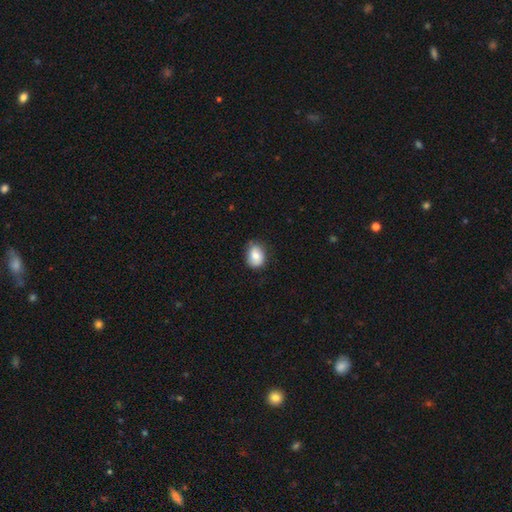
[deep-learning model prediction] This is likely a smooth galaxy (78%). How rounded: possibly in between (58%). Merging: likely none (69%).